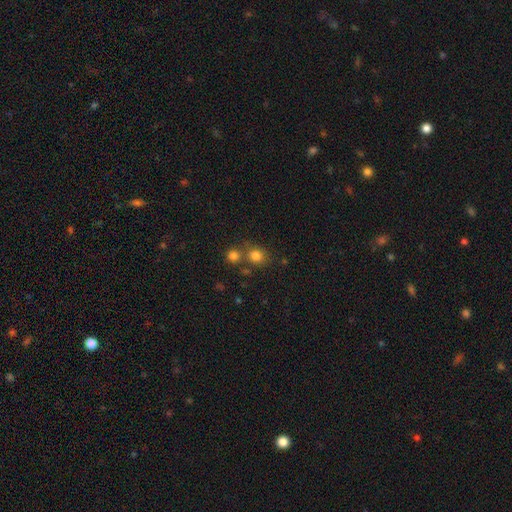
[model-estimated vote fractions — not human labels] The model was most divided on "merging": none: 61%, merger: 26%, minor disturbance: 10%, major disturbance: 4%. More confident: smooth or featured — smooth (80%); how rounded — round (77%).